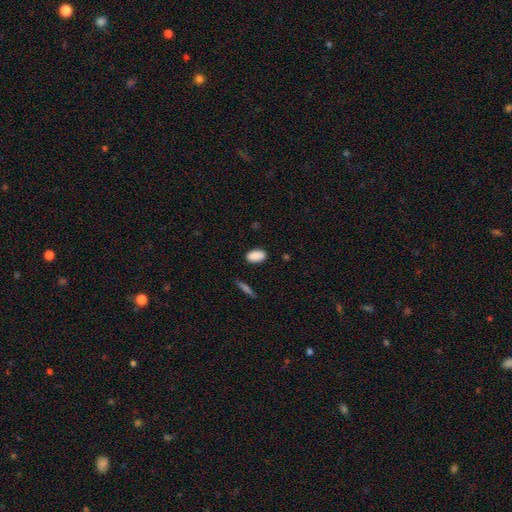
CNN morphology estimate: The model was most divided on "merging": none: 83%, minor disturbance: 12%, major disturbance: 3%, merger: 2%. More confident: how rounded — in between (92%); smooth or featured — smooth (89%).